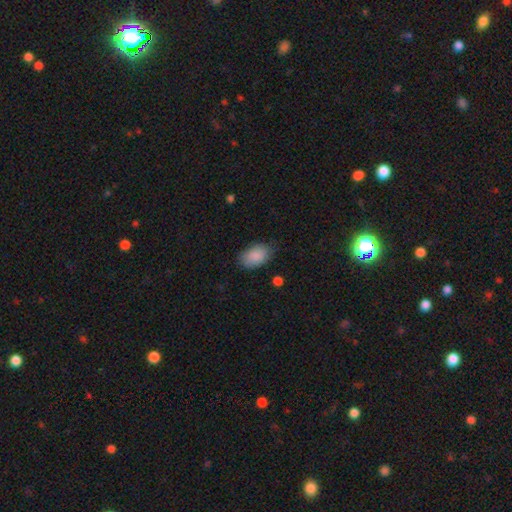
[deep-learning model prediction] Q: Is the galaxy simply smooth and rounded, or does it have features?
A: smooth — 89%.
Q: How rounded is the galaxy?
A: in between — 90%.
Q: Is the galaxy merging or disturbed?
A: none — 77%.